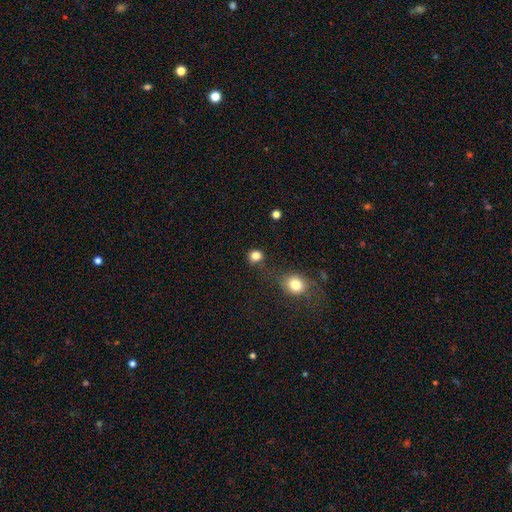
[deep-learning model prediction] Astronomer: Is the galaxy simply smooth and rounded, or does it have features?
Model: smooth — 83%.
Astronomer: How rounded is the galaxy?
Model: round — 83%.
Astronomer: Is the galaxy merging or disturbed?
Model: none — 75%.